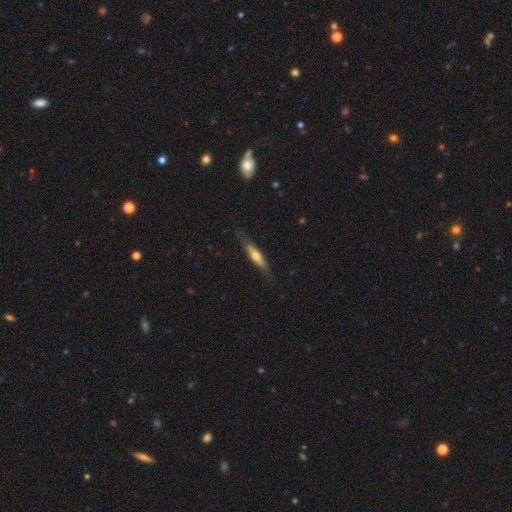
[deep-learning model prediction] Morphology: type=smooth (53%); roundness=cigar-shaped (78%); merging=none (77%).